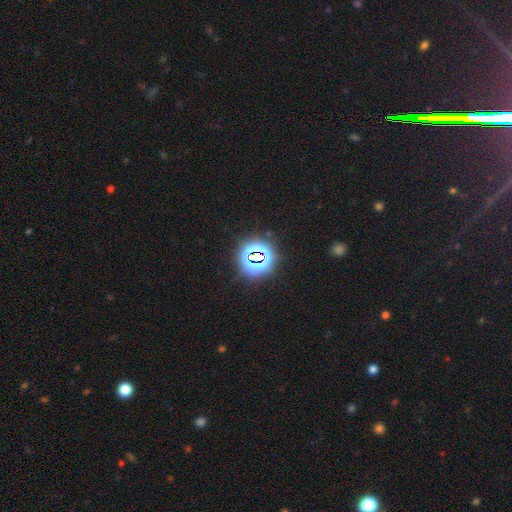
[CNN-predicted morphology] star or artifact 73%, smooth 18%, featured or disk 9%.